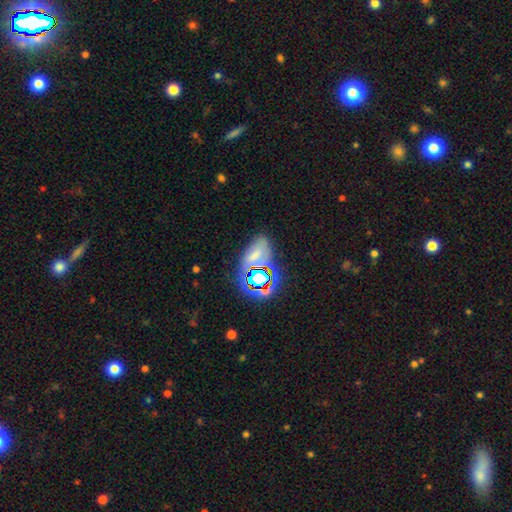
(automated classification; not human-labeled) Smooth or featured?
  - smooth: 44% *
  - star or artifact: 34%
  - featured or disk: 21%
Merging?
  - none: 59% *
  - minor disturbance: 21%
  - major disturbance: 10%
  - merger: 10%